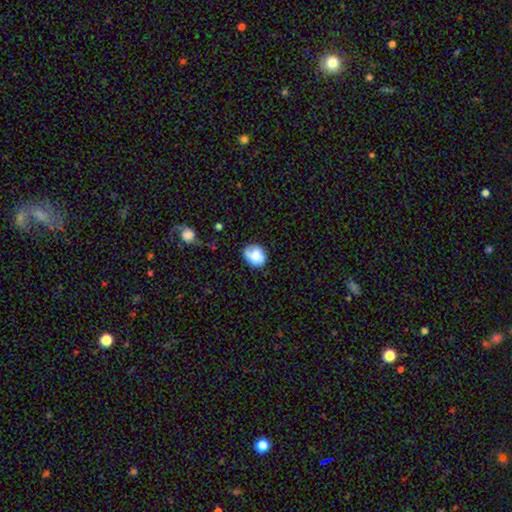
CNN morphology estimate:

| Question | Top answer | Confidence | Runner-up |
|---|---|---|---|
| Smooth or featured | smooth | 71% | featured or disk (20%) |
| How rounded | in between | 58% | round (41%) |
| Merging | none | 63% | minor disturbance (28%) |